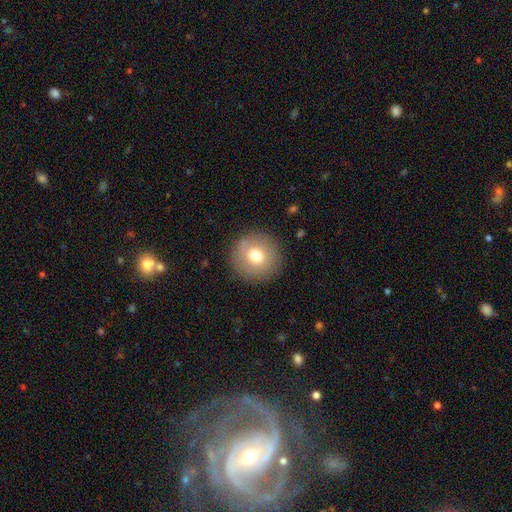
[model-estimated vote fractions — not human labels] Smooth or featured?
  - smooth: 71% *
  - featured or disk: 19%
  - star or artifact: 10%
How rounded?
  - round: 94% *
  - in between: 5%
  - cigar-shaped: 1%
Merging?
  - none: 88% *
  - minor disturbance: 8%
  - major disturbance: 3%
  - merger: 1%